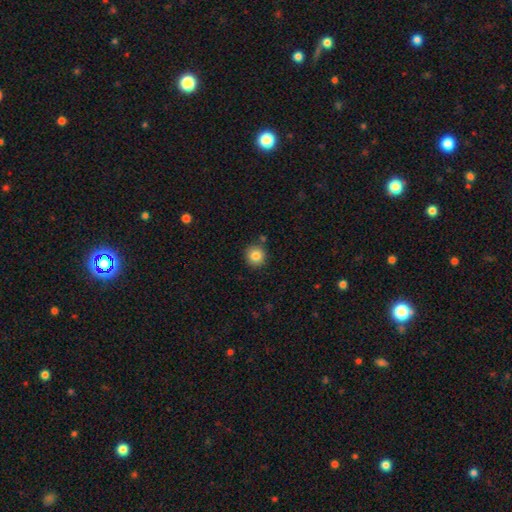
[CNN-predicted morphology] Smooth or featured? smooth (84%)
How rounded? round (94%)
Merging? none (86%)